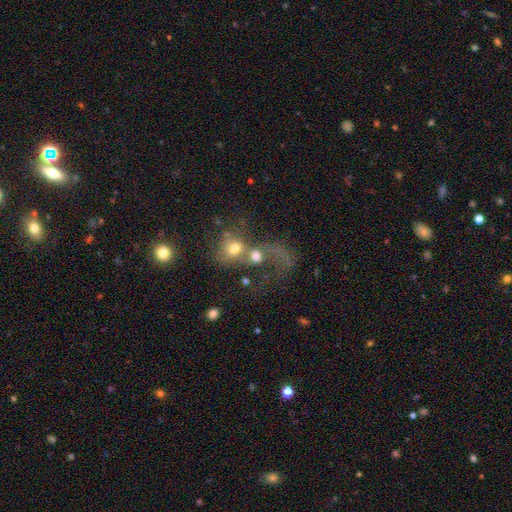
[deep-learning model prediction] A smooth galaxy with no disk features (53%) that is round (63%).

Vote fractions:
- Smooth or featured? smooth: 53% / featured or disk: 33% / star or artifact: 15%
- How rounded? round: 63% / in between: 35% / cigar-shaped: 2%
- Merging? merger: 71% / major disturbance: 15% / none: 10% / minor disturbance: 4%